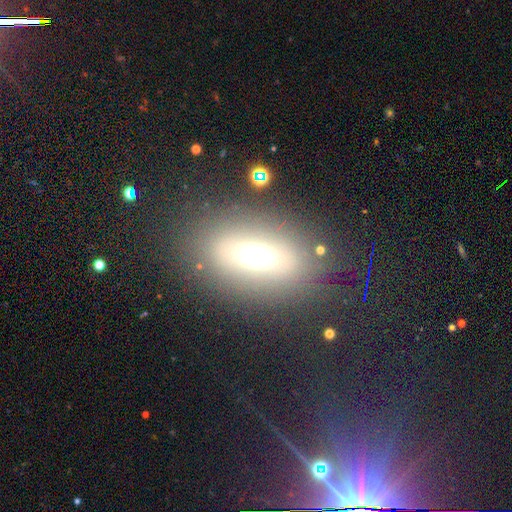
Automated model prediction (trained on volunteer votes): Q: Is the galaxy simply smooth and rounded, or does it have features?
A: smooth — 53%.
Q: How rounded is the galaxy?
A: in between — 74%.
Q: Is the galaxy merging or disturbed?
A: none — 79%.